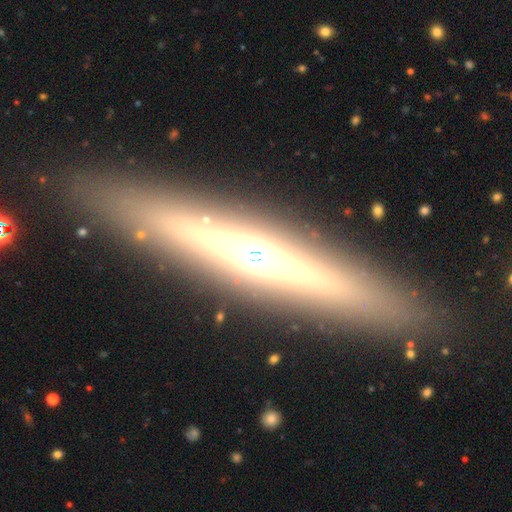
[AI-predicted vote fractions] Q: Smooth or featured?
A: featured or disk (71%); runner-up: smooth (20%)
Q: Edge-on disk?
A: yes (93%); runner-up: no (7%)
Q: Edge-on bulge?
A: rounded (67%); runner-up: none (17%)
Q: Merging?
A: none (88%); runner-up: minor disturbance (8%)